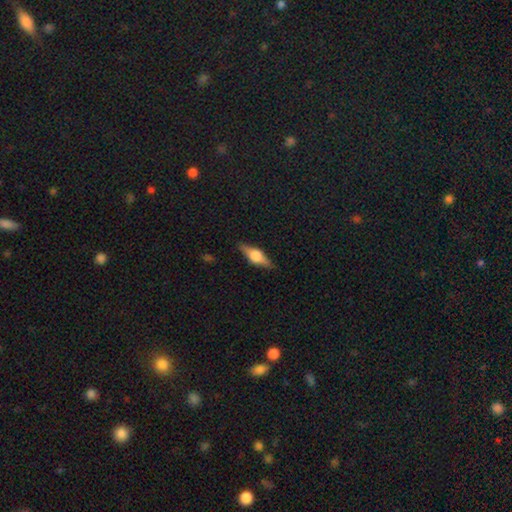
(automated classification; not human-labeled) A featured or disk galaxy (65%) viewed edge-on (96%) with a rounded central bulge (91%). Merging: none (88%).